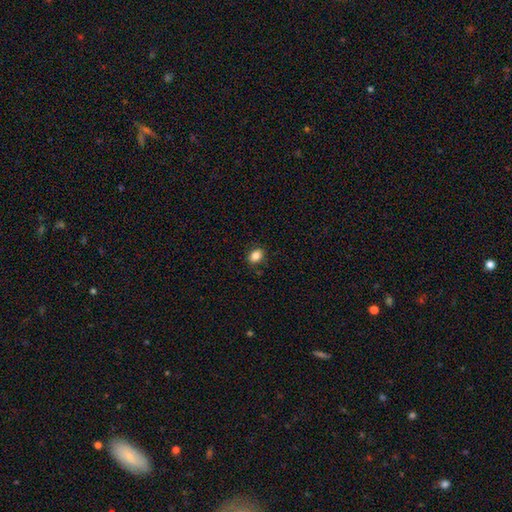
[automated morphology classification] Smooth or featured? smooth (85%)
How rounded? in between (66%)
Merging? none (87%)